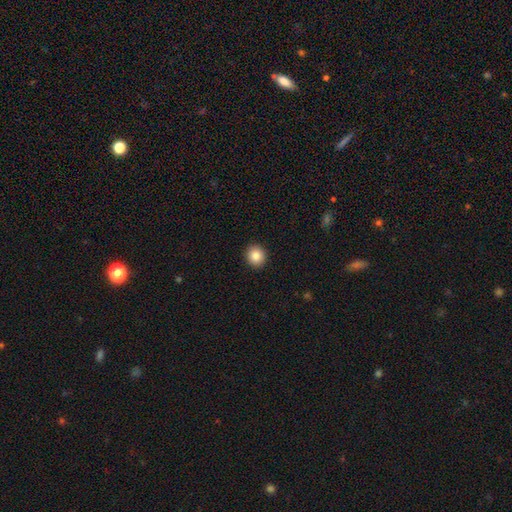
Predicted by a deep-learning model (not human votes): Smooth or featured: smooth — 86% (star or artifact — 9%)
How rounded: round — 88% (in between — 11%)
Merging: none — 93% (minor disturbance — 5%)